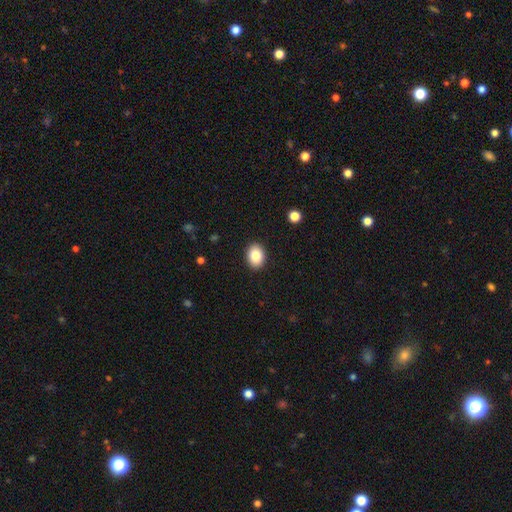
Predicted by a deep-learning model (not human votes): A smooth galaxy with no disk features (86%) that is in between round and cigar-shaped (70%).

Vote fractions:
- Smooth or featured? smooth: 86% / star or artifact: 8% / featured or disk: 6%
- How rounded? in between: 70% / round: 29% / cigar-shaped: 1%
- Merging? none: 90% / minor disturbance: 7% / major disturbance: 2% / merger: 1%